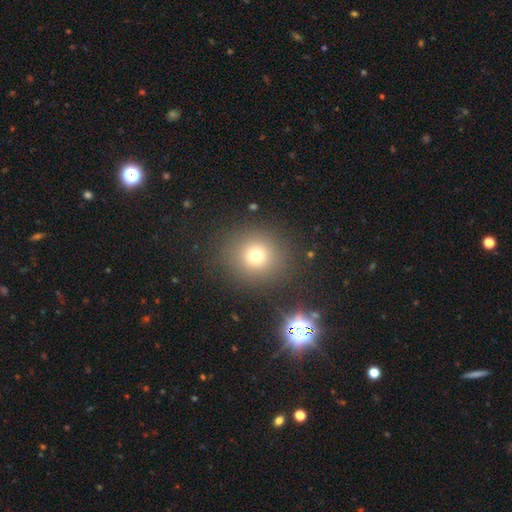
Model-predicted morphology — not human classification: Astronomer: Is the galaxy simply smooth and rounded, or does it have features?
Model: smooth — 71%.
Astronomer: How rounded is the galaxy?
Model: round — 89%.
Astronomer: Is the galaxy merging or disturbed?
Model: none — 86%.